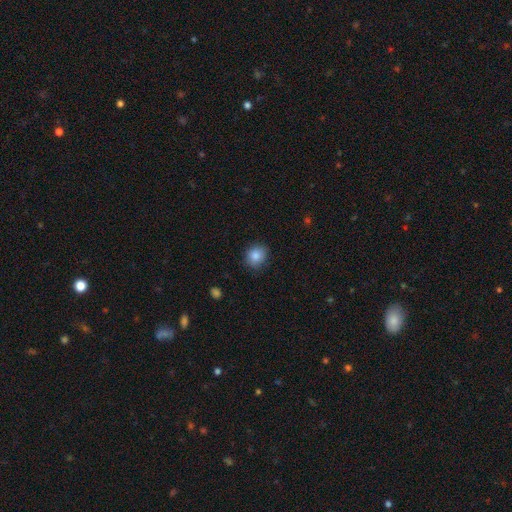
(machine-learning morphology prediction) A smooth galaxy with no disk features (86%) that is round (74%).

Vote fractions:
- Smooth or featured? smooth: 86% / star or artifact: 9% / featured or disk: 5%
- How rounded? round: 74% / in between: 25% / cigar-shaped: 1%
- Merging? none: 85% / minor disturbance: 12% / major disturbance: 3% / merger: 1%